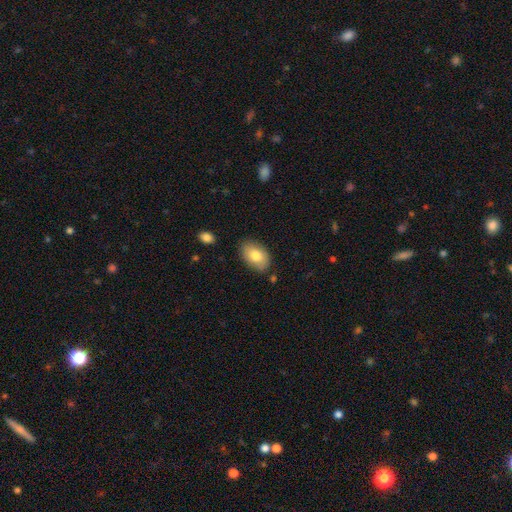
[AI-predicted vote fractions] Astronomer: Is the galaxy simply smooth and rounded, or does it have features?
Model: smooth — 79%.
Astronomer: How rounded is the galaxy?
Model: in between — 89%.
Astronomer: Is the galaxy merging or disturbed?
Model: none — 82%.